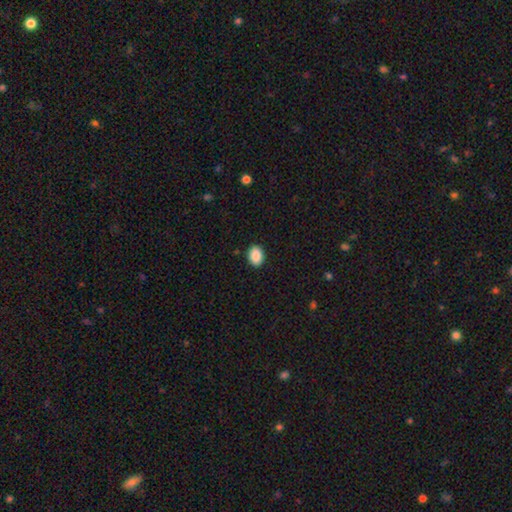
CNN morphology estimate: This is clearly a smooth galaxy (89%). How rounded: likely in between (72%). Merging: clearly none (90%).